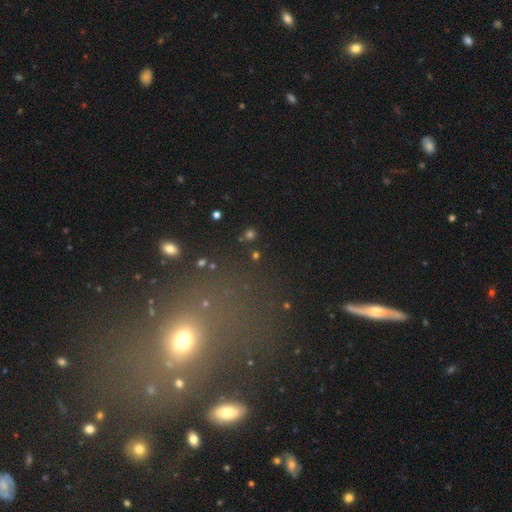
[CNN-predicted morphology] A star or artifact, not a galaxy (47%).

Vote fractions:
- Smooth or featured? star or artifact: 47% / smooth: 37% / featured or disk: 16%